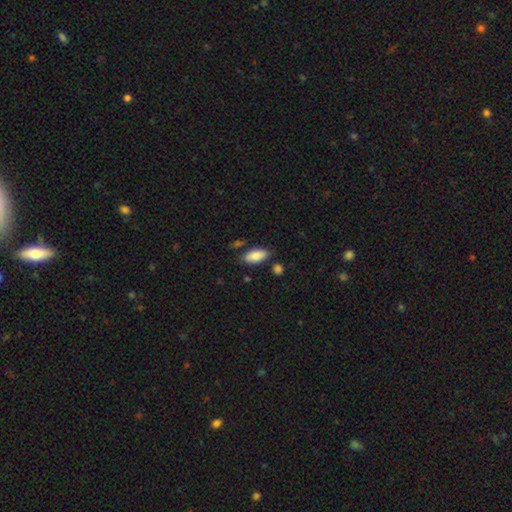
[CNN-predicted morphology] smooth-or-featured: smooth: 85% | featured or disk: 9% | star or artifact: 6%
  how-rounded: in between: 88% | cigar-shaped: 10% | round: 2%
  merging: none: 75% | minor disturbance: 17% | merger: 4% | major disturbance: 4%